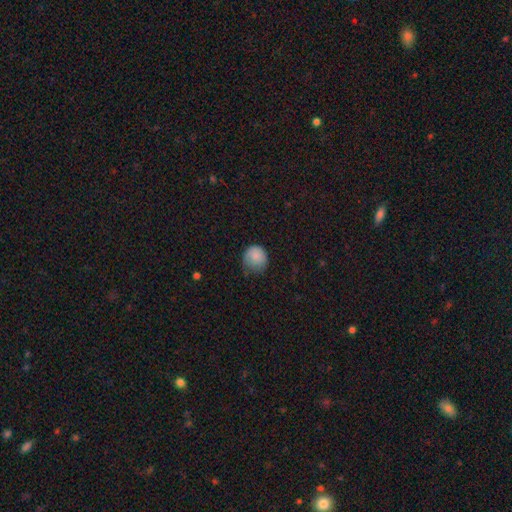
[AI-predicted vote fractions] Smooth or featured?
  - smooth: 84% *
  - featured or disk: 8%
  - star or artifact: 8%
How rounded?
  - round: 85% *
  - in between: 14%
  - cigar-shaped: 1%
Merging?
  - none: 49% *
  - minor disturbance: 37%
  - major disturbance: 13%
  - merger: 1%